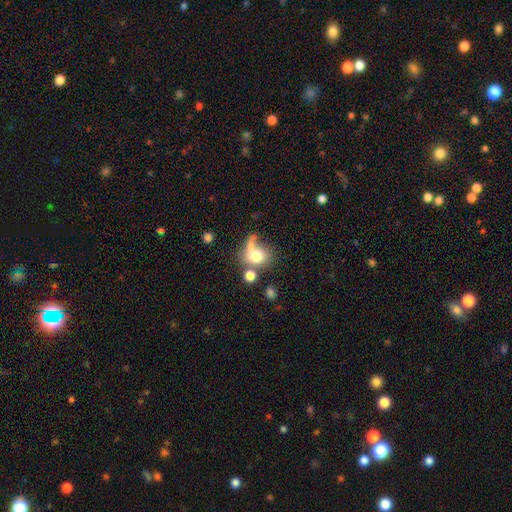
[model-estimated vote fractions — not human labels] Morphology: type=smooth (72%); roundness=round (60%); merging=none (37%).